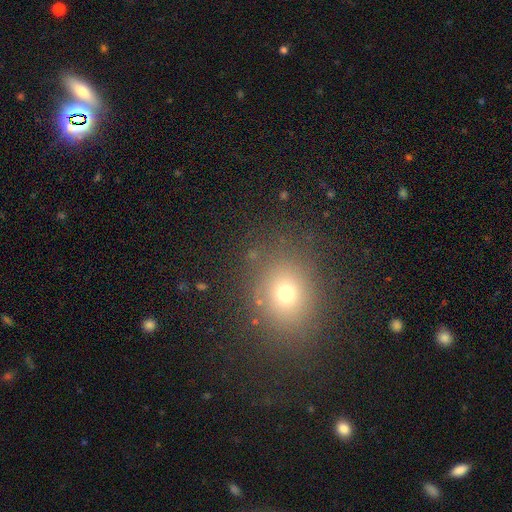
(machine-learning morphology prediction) smooth_or_featured: smooth (p=0.68) [alt: star or artifact p=0.22]
how_rounded: round (p=0.63) [alt: in between p=0.36]
merging: none (p=0.83) [alt: minor disturbance p=0.10]